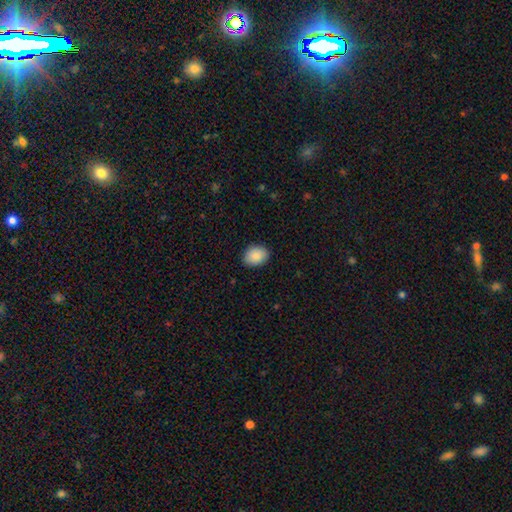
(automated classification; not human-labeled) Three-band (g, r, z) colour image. It shows a smooth galaxy with no disk features (89%) that is in between round and cigar-shaped (62%). Merging: none (88%).